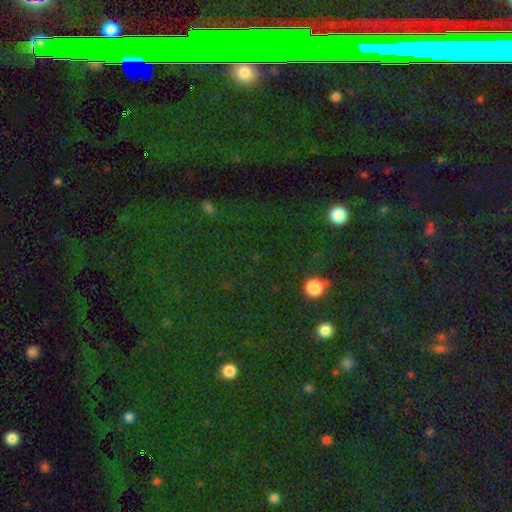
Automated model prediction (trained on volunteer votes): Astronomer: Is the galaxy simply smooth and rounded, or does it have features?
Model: star or artifact — 74%.